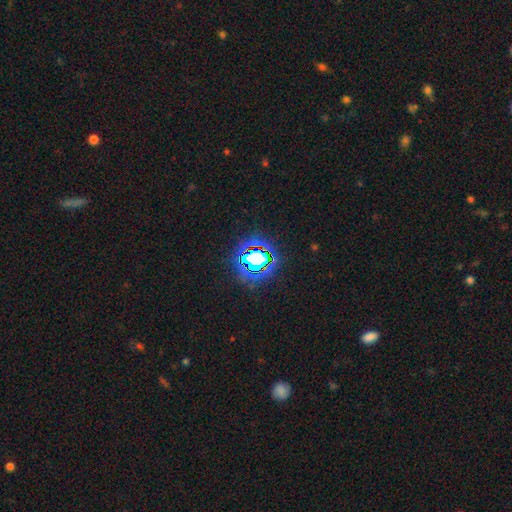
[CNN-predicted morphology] Overall: star or artifact (69%).